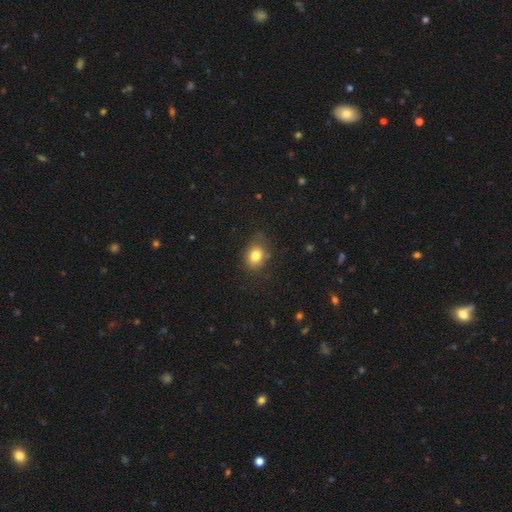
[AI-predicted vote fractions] Smooth or featured? smooth (81%)
How rounded? in between (53%)
Merging? none (74%)